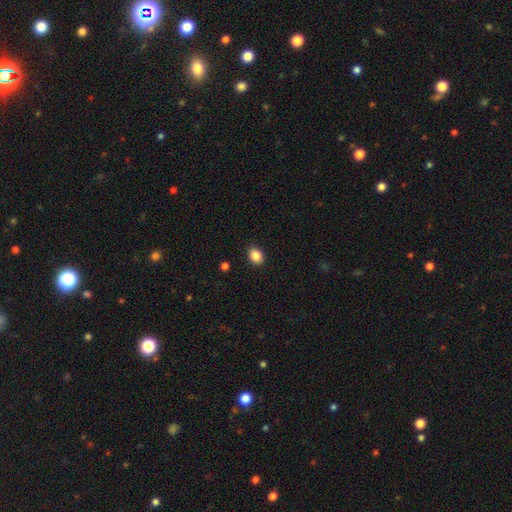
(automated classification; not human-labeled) A smooth galaxy with no disk features (87%) that is in between round and cigar-shaped (55%). Merging: none (90%).